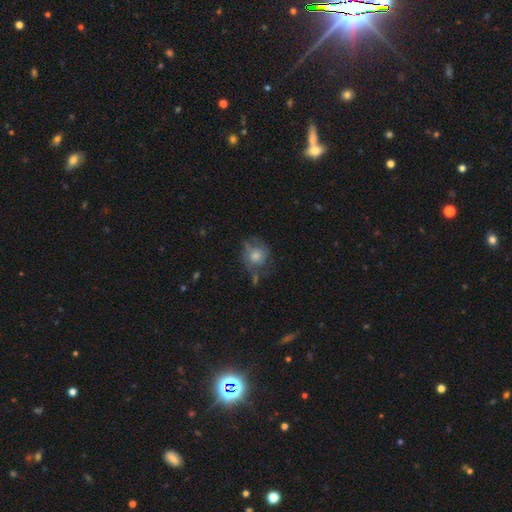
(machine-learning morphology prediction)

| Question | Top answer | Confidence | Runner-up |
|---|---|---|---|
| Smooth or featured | smooth | 57% | featured or disk (34%) |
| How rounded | round | 74% | in between (24%) |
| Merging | none | 43% | minor disturbance (29%) |